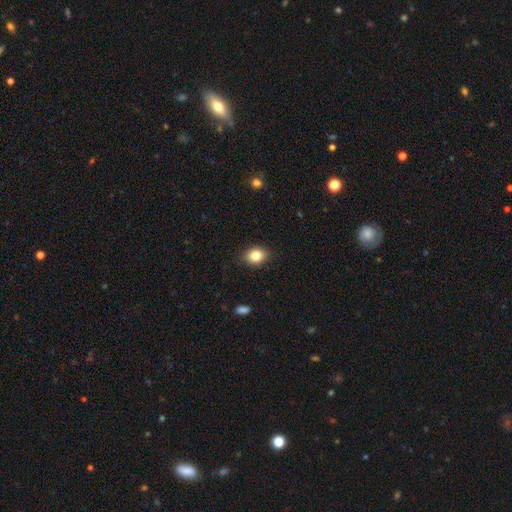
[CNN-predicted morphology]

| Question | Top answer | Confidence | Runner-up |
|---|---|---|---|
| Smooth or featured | smooth | 83% | star or artifact (9%) |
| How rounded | in between | 60% | round (39%) |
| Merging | none | 88% | minor disturbance (9%) |